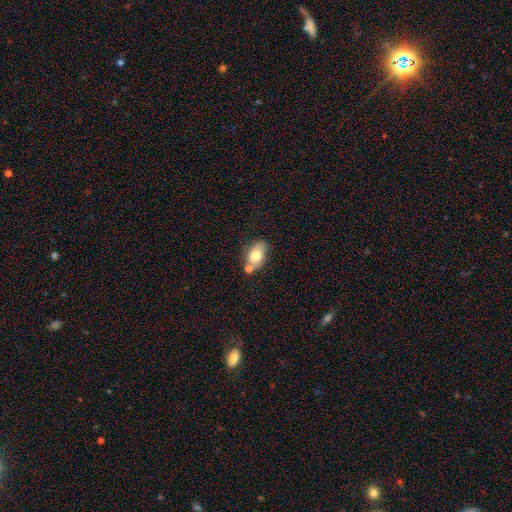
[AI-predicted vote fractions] Smooth or featured?
  - smooth: 74% *
  - featured or disk: 18%
  - star or artifact: 8%
How rounded?
  - in between: 84% *
  - round: 14%
  - cigar-shaped: 2%
Merging?
  - none: 55% *
  - merger: 24%
  - minor disturbance: 16%
  - major disturbance: 4%